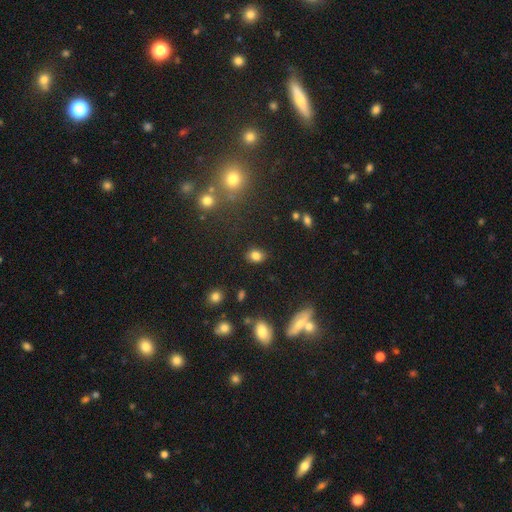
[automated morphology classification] Q: Smooth or featured?
A: smooth (81%); runner-up: star or artifact (12%)
Q: How rounded?
A: in between (58%); runner-up: round (40%)
Q: Merging?
A: none (84%); runner-up: minor disturbance (11%)